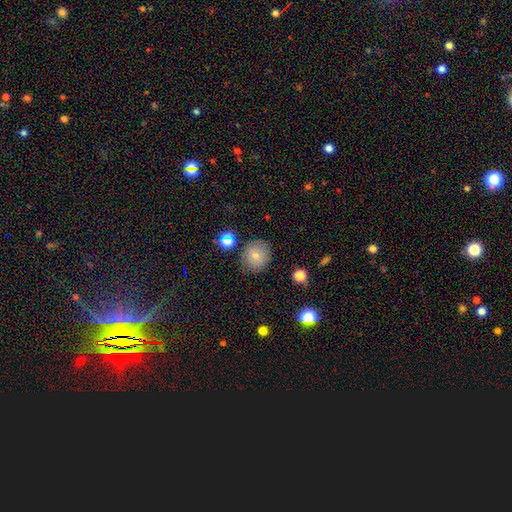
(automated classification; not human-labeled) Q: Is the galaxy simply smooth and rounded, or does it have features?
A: smooth — 73%.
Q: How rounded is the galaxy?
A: round — 77%.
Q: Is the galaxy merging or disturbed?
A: none — 79%.